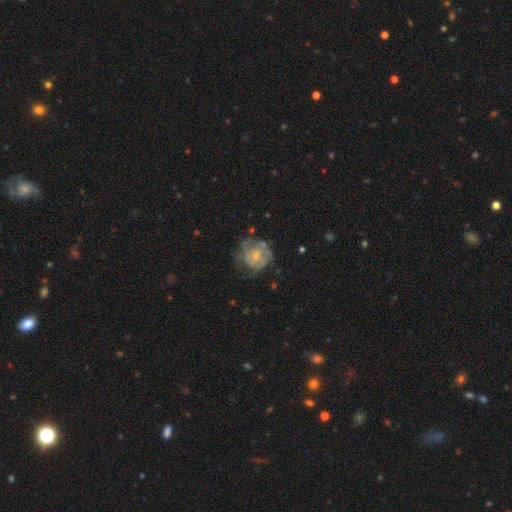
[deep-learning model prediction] featured or disk 62%, smooth 31%, star or artifact 7%. Down the decision tree: edge-on disk — no (98%); bar — no (74%); spiral arms — yes (61%); bulge size — small (57%); merging — none (49%).